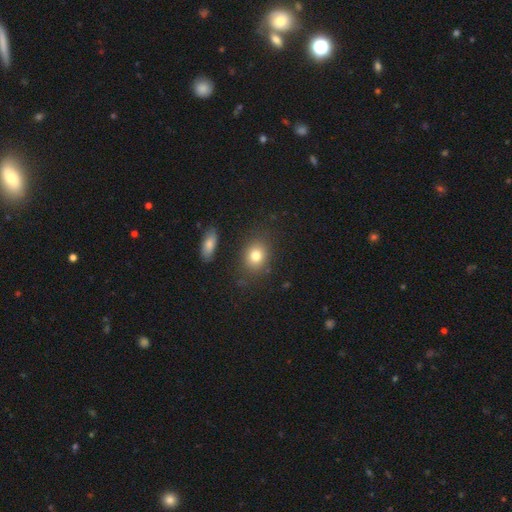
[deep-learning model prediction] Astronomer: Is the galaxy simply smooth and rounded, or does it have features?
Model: smooth — 80%.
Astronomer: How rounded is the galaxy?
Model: round — 50% (runner-up: in between, 48%).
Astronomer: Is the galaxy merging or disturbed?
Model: none — 80%.